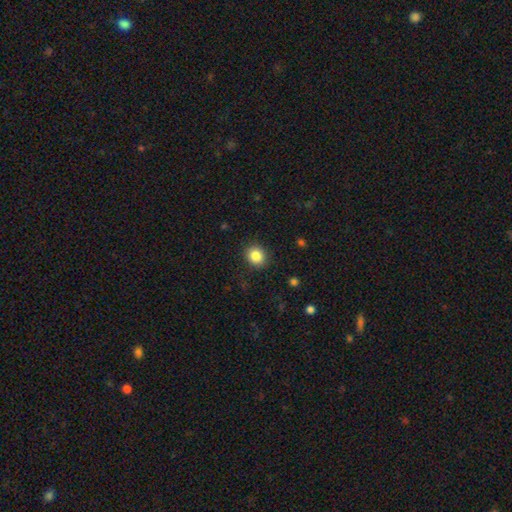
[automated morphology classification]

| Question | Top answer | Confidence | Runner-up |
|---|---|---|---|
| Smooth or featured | smooth | 85% | star or artifact (10%) |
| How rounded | round | 77% | in between (22%) |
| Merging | none | 89% | minor disturbance (8%) |